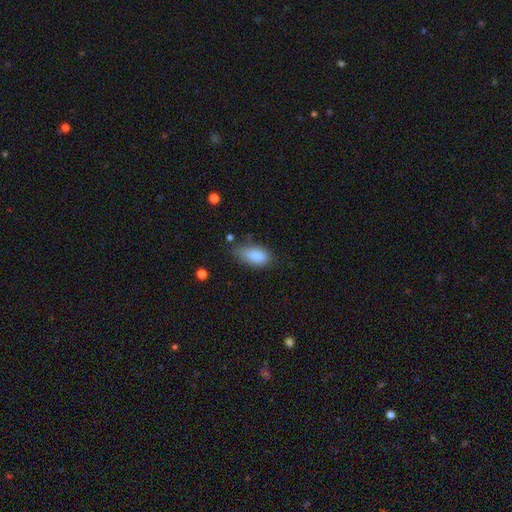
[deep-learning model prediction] smooth-or-featured: smooth: 87% | star or artifact: 8% | featured or disk: 6%
  how-rounded: in between: 90% | cigar-shaped: 7% | round: 3%
  merging: none: 54% | minor disturbance: 34% | major disturbance: 9% | merger: 3%